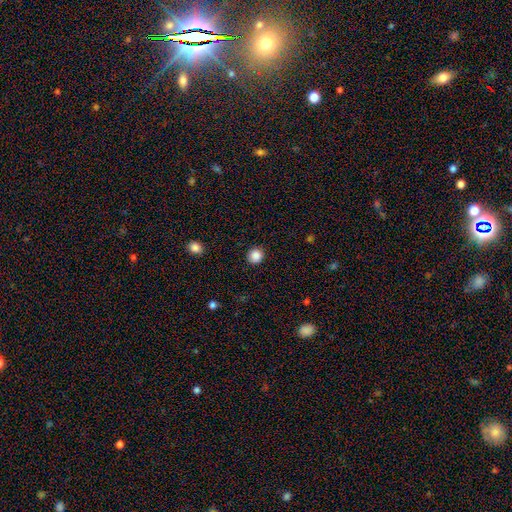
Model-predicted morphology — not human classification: smooth 87%, star or artifact 10%, featured or disk 3%. Down the decision tree: how rounded — round (90%); merging — none (91%).